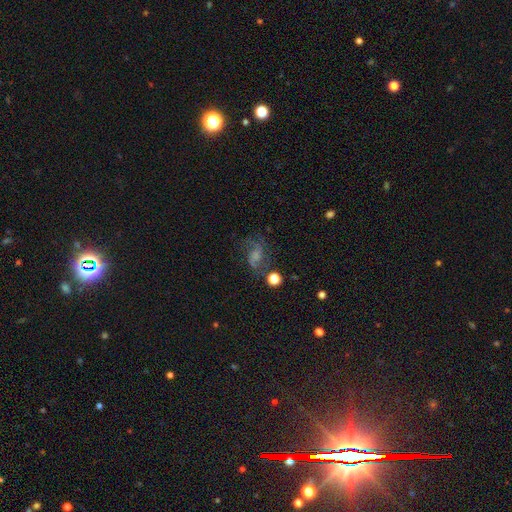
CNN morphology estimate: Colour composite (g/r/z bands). It shows a featured or disk galaxy (63%) with no bar (57%), 2 (75%) loose (50%) spiral arms (89%) and a small central bulge (41%). Merging: none (53%).